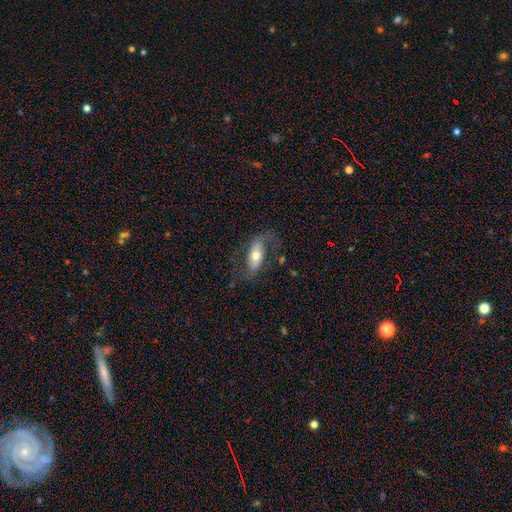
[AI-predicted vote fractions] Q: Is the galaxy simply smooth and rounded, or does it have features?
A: featured or disk — 50%.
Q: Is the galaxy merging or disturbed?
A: none — 62%.